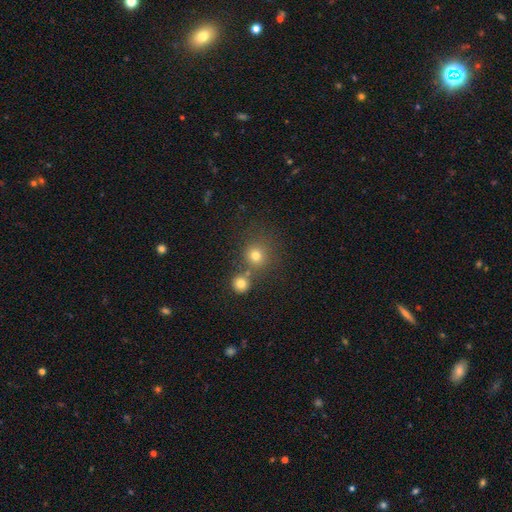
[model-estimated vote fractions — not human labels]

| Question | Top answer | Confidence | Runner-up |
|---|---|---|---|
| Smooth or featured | smooth | 75% | star or artifact (17%) |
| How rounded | round | 91% | in between (8%) |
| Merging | none | 66% | merger (22%) |